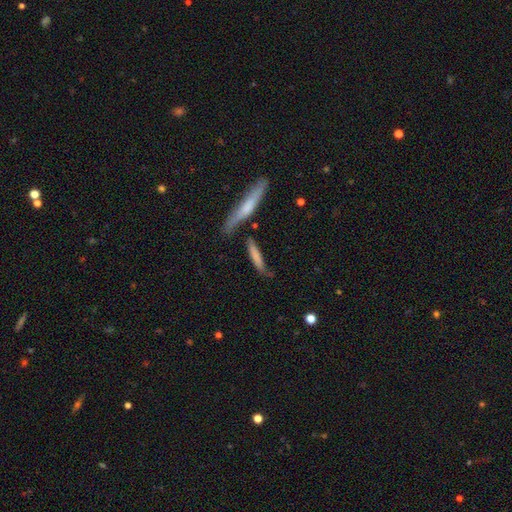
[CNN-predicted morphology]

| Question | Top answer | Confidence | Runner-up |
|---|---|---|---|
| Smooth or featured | smooth | 69% | featured or disk (25%) |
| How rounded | cigar-shaped | 87% | in between (11%) |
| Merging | none | 67% | minor disturbance (18%) |